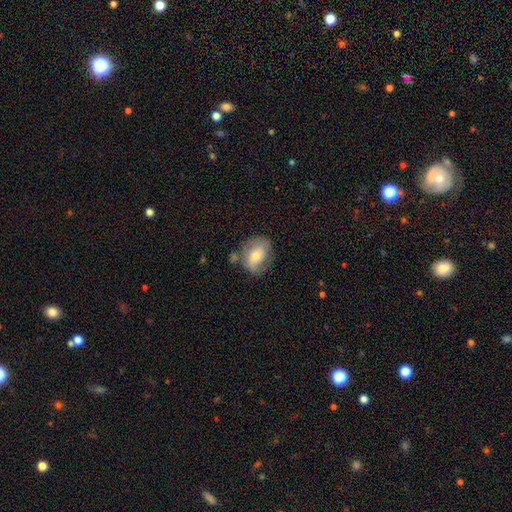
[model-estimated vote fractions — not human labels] This is possibly a featured or disk galaxy (47%). Merging: likely none (60%).